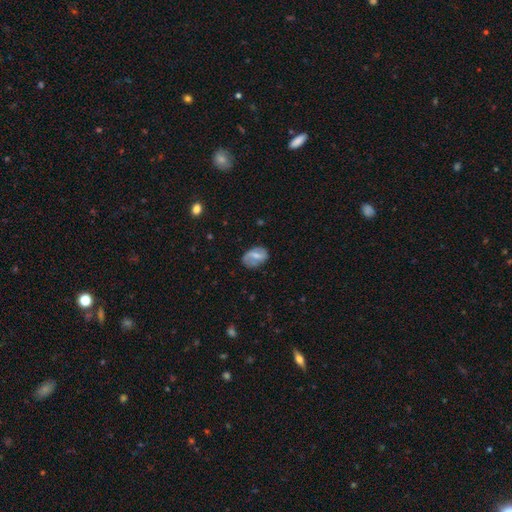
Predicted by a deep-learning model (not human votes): Smooth or featured: featured or disk — 47% (smooth — 45%)
Merging: none — 69% (minor disturbance — 22%)